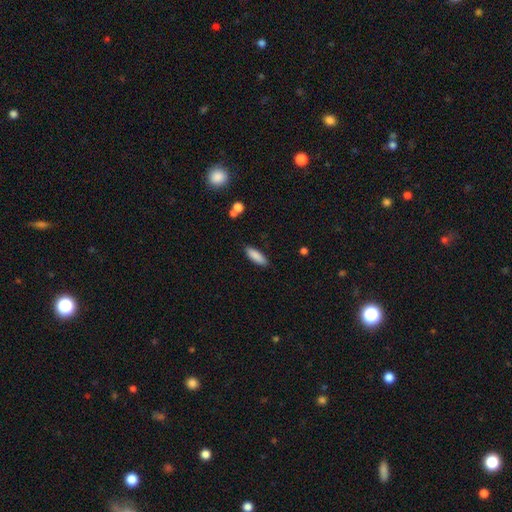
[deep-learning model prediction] Morphology: type=smooth (87%); roundness=in between (57%); merging=none (86%).